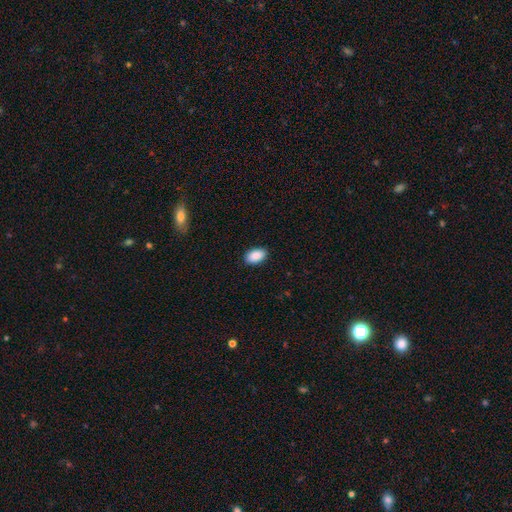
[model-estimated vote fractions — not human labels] The model was most divided on "merging": none: 89%, minor disturbance: 8%, major disturbance: 2%, merger: 1%. More confident: how rounded — in between (93%); smooth or featured — smooth (90%).